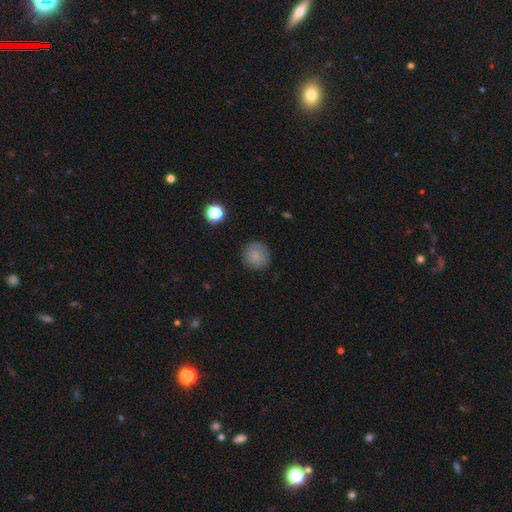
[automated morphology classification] Smooth or featured? smooth (81%)
How rounded? round (91%)
Merging? none (86%)